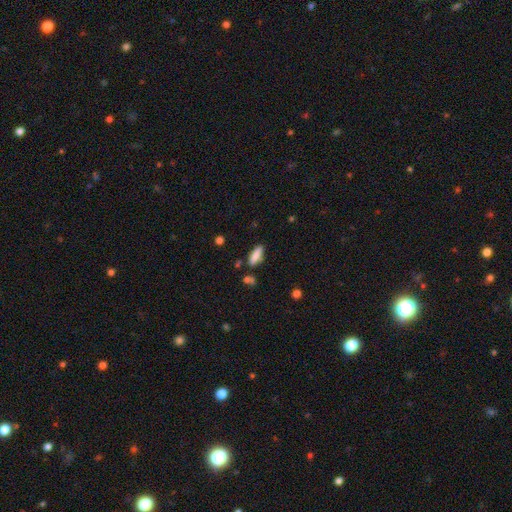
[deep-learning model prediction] A smooth galaxy with no disk features (83%) that is in between round and cigar-shaped (54%). Merging: none (73%).